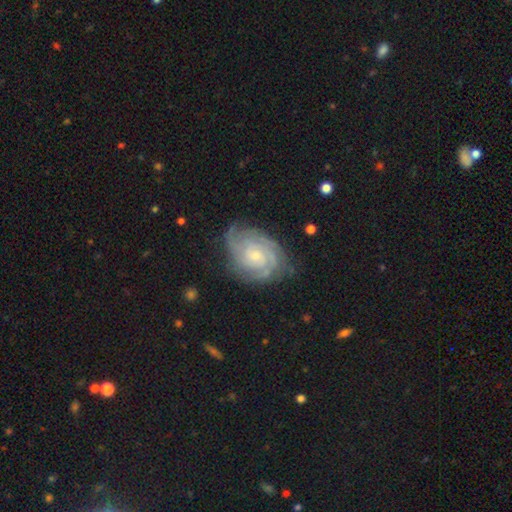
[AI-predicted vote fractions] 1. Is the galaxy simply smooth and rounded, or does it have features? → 84% featured or disk, 10% smooth, 6% star or artifact.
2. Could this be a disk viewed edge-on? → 97% no, 3% yes.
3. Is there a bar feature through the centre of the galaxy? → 70% no, 26% weak, 4% strong.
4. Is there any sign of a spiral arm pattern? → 97% yes, 3% no.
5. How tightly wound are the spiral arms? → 72% tight, 24% medium, 4% loose.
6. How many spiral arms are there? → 28% can't tell, 24% 3, 23% 2, 14% 4, 6% more than 4, 5% 1.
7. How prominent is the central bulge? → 63% small, 32% moderate, 3% none, 2% large, 1% dominant.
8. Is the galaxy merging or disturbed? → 71% none, 20% minor disturbance, 7% major disturbance, 1% merger.